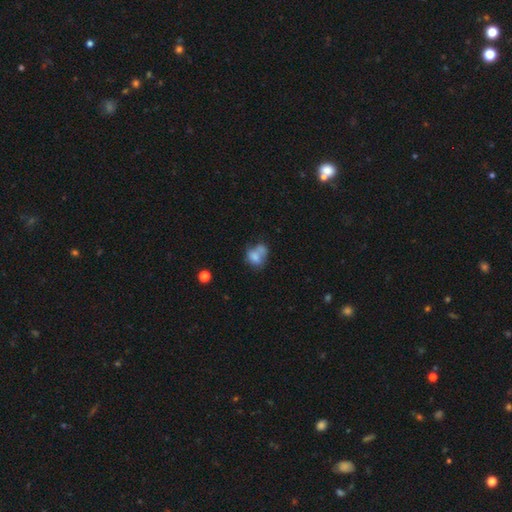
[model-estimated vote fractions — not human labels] smooth 65%, featured or disk 24%, star or artifact 11%. Down the decision tree: how rounded — in between (58%); merging — merger (44%).